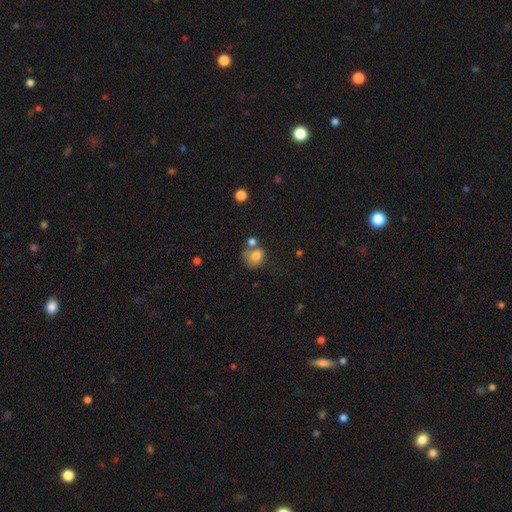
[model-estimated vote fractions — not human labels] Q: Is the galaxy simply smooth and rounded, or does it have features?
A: smooth — 77%.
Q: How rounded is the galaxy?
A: round — 63%.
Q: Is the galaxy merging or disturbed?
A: none — 40%.